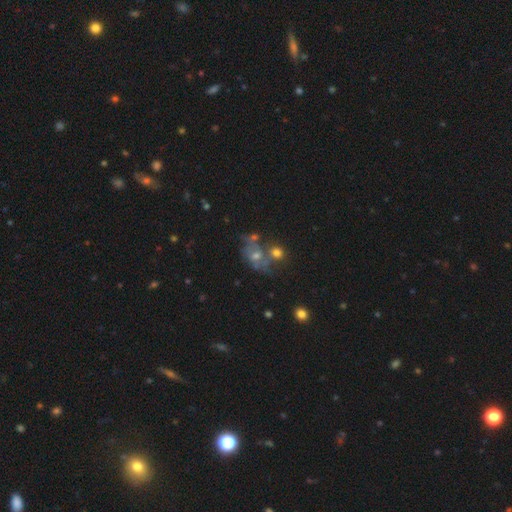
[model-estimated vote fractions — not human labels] Morphology: type=smooth (40%); merging=none (35%).